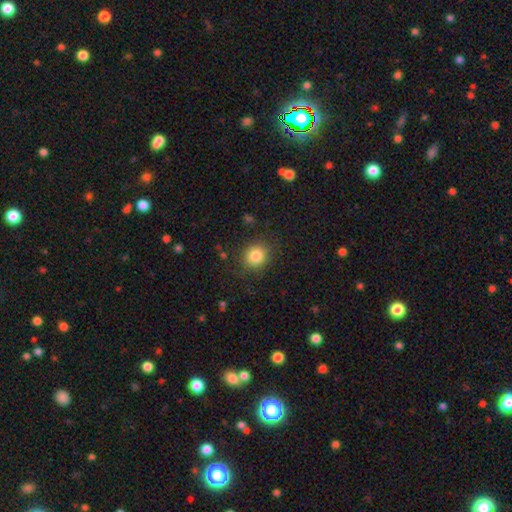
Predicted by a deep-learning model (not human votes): smooth-or-featured: smooth: 84% | star or artifact: 10% | featured or disk: 5%
  how-rounded: round: 83% | in between: 16% | cigar-shaped: 1%
  merging: none: 85% | minor disturbance: 10% | major disturbance: 4% | merger: 1%